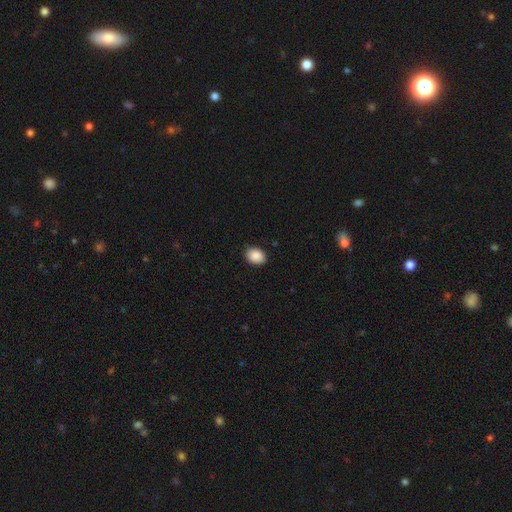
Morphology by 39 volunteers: Smooth or featured? 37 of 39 (95%) said smooth. How rounded? 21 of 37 (57%) said round. Merging? 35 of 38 (92%) said none.